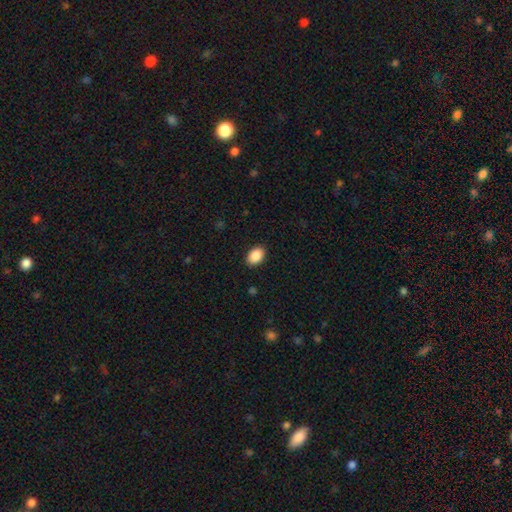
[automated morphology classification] Overall: smooth (89%). How rounded: in between (84%). Merging: none (89%).